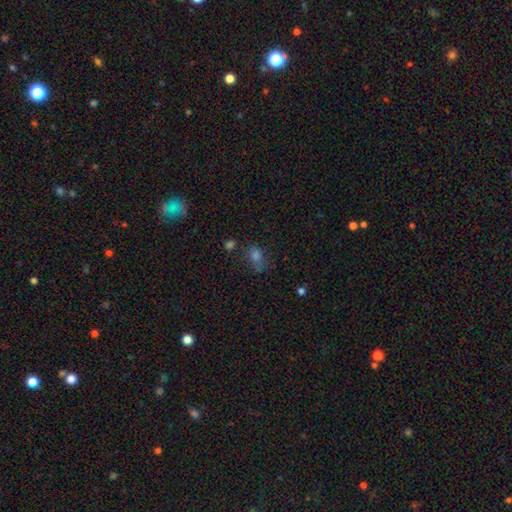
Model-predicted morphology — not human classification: This is possibly a smooth galaxy (58%). How rounded: possibly in between (55%). Merging: possibly none (53%).